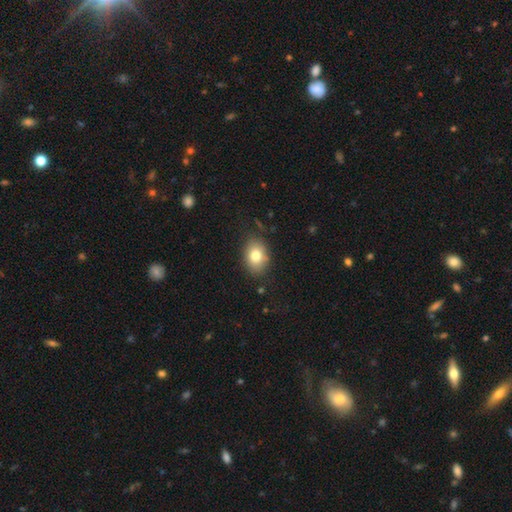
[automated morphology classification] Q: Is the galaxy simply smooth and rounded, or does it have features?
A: smooth — 79%.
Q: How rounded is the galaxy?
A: in between — 68%.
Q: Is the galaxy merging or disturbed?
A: none — 82%.